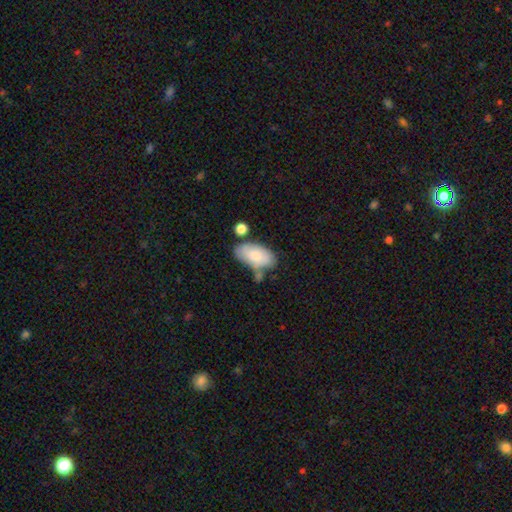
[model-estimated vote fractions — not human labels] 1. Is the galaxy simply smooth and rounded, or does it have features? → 78% smooth, 16% featured or disk, 6% star or artifact.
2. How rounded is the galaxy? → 95% in between, 3% round, 3% cigar-shaped.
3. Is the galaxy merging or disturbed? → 55% none, 22% minor disturbance, 15% merger, 7% major disturbance.